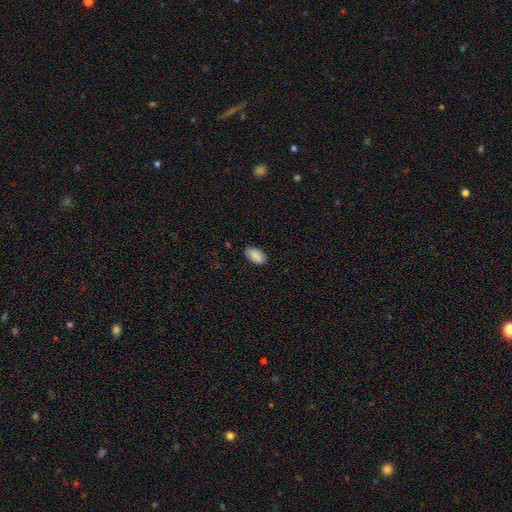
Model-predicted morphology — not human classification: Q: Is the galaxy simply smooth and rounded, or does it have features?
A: smooth — 88%.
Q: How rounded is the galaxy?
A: in between — 94%.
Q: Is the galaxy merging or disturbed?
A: none — 81%.